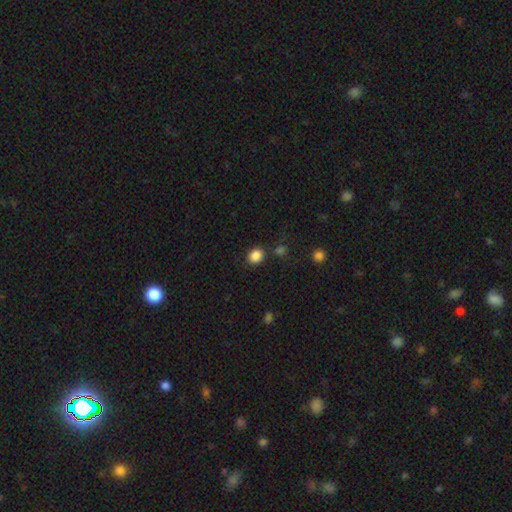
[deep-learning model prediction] Smooth or featured? Predicted: smooth (p=0.87). How rounded? Predicted: round (p=0.68). Merging? Predicted: none (p=0.82).